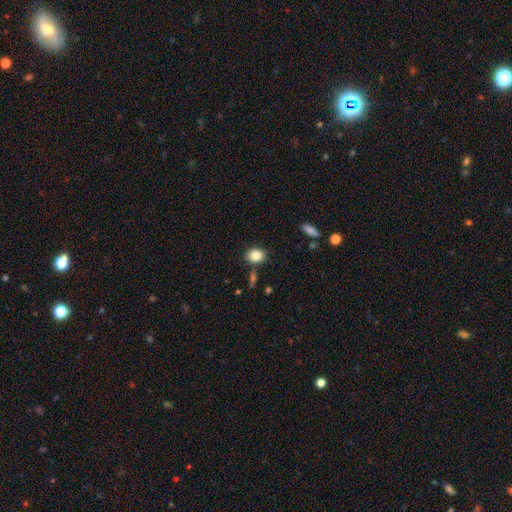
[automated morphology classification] The model was most divided on "how rounded": round: 51%, in between: 48%, cigar-shaped: 1%. More confident: smooth or featured — smooth (84%); merging — none (81%).